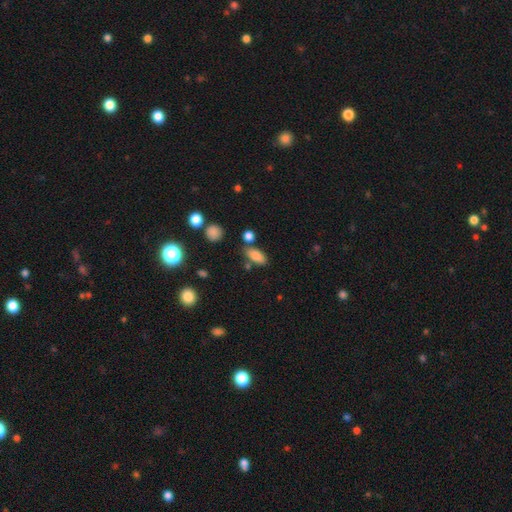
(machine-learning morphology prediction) A smooth galaxy with no disk features (83%) that is in between round and cigar-shaped (84%). Merging: none (71%).